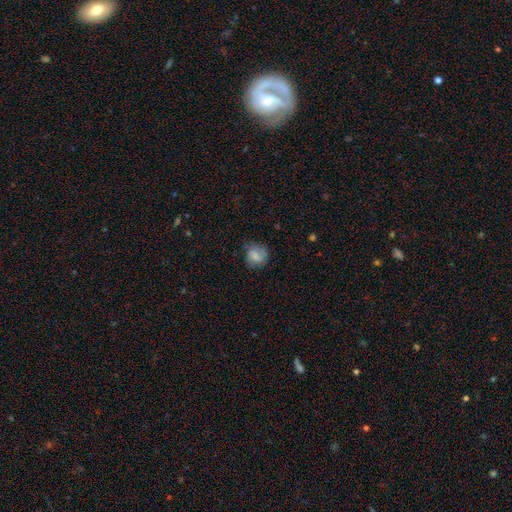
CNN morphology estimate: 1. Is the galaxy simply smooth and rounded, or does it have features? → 68% smooth, 23% featured or disk, 9% star or artifact.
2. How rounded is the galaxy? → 75% round, 24% in between, 1% cigar-shaped.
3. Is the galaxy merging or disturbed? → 64% none, 25% minor disturbance, 10% major disturbance, 2% merger.